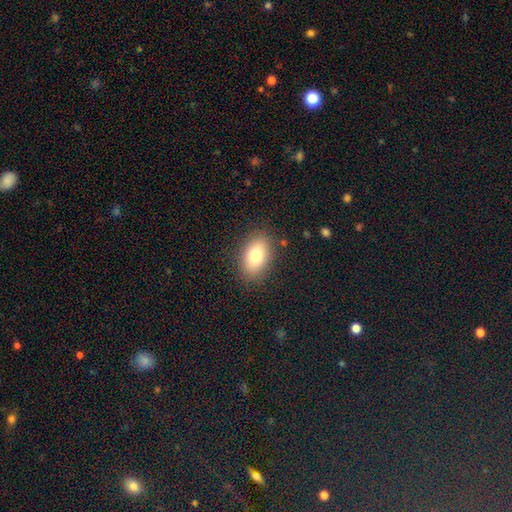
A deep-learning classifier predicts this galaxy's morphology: The model was most divided on "smooth or featured": smooth: 79%, featured or disk: 12%, star or artifact: 9%. More confident: how rounded — in between (89%); merging — none (85%).